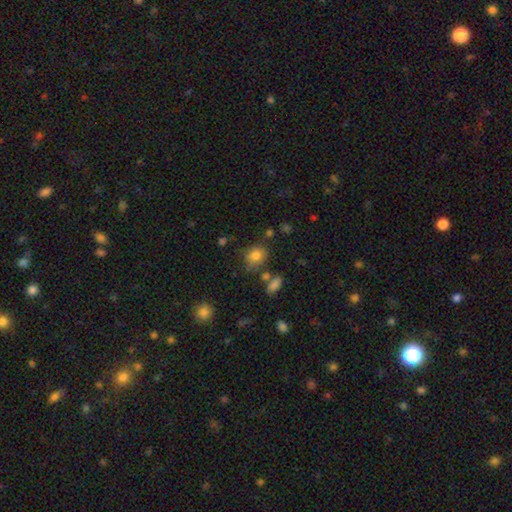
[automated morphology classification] smooth-or-featured: smooth: 81% | star or artifact: 11% | featured or disk: 8%
  how-rounded: round: 66% | in between: 33% | cigar-shaped: 1%
  merging: none: 71% | minor disturbance: 16% | merger: 8% | major disturbance: 5%